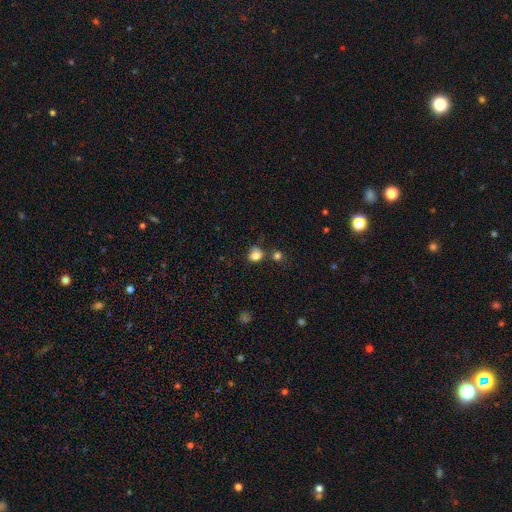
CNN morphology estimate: The model was most divided on "how rounded": round: 56%, in between: 43%, cigar-shaped: 1%. Remaining: smooth or featured — smooth (78%); merging — none (50%).